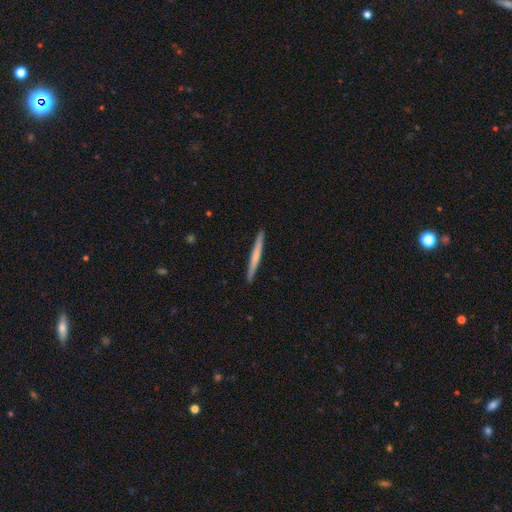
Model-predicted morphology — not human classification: Smooth or featured: smooth — 55% (featured or disk — 39%)
How rounded: cigar-shaped — 97% (in between — 2%)
Merging: none — 92% (minor disturbance — 5%)